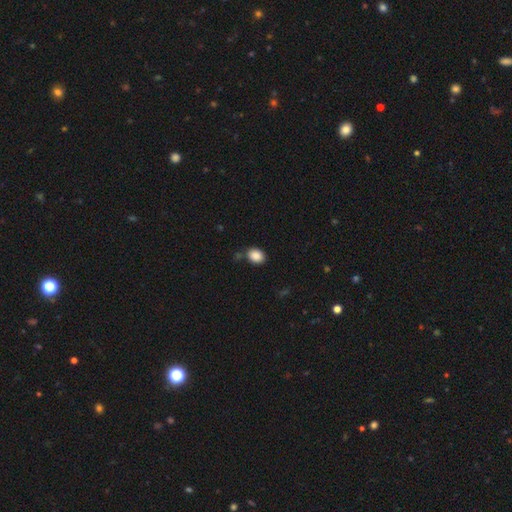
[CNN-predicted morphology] smooth_or_featured: smooth (p=0.88) [alt: star or artifact p=0.08]
how_rounded: in between (p=0.58) [alt: round p=0.41]
merging: none (p=0.79) [alt: minor disturbance p=0.13]